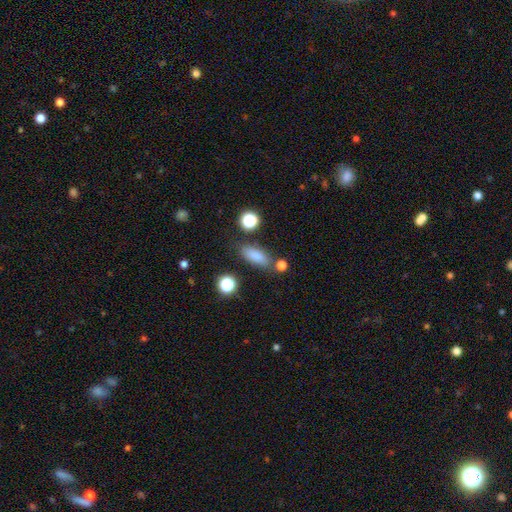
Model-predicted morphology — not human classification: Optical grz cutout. It shows a smooth galaxy with no disk features (79%) that is in between round and cigar-shaped (70%). Merging: none (75%).